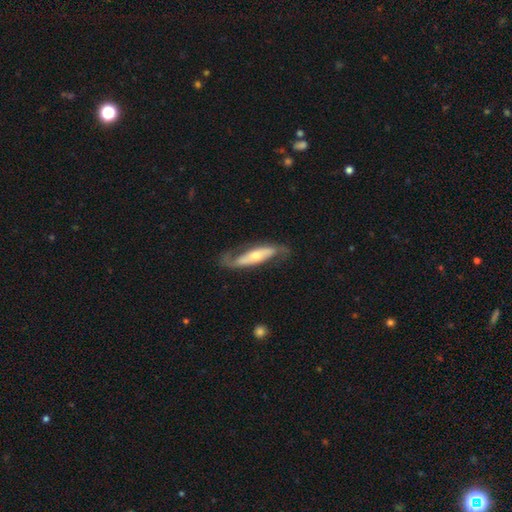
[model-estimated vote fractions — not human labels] This is likely a featured or disk galaxy (75%). It is likely not viewed edge-on (74%). Bar: possibly no (47%). Spiral arm pattern: clearly yes (87%). Central bulge: possibly moderate (56%). Merging: likely none (65%).